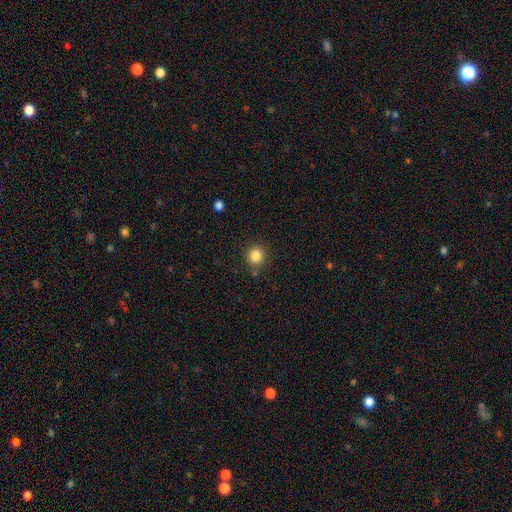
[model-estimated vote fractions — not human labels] Smooth or featured? Predicted: smooth (p=0.84). How rounded? Predicted: round (p=0.90). Merging? Predicted: none (p=0.86).